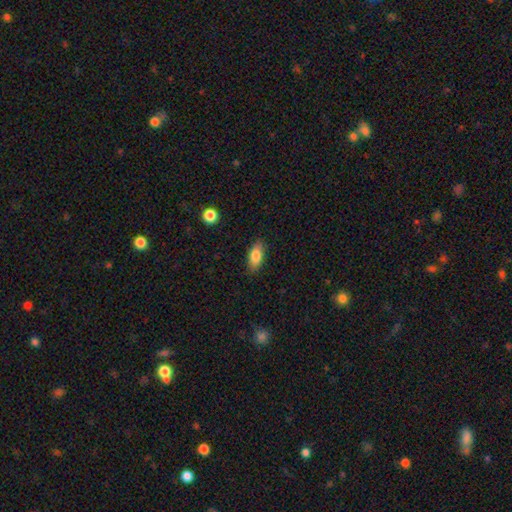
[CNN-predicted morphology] type=smooth (82%); roundness=in between (85%); merging=none (86%).